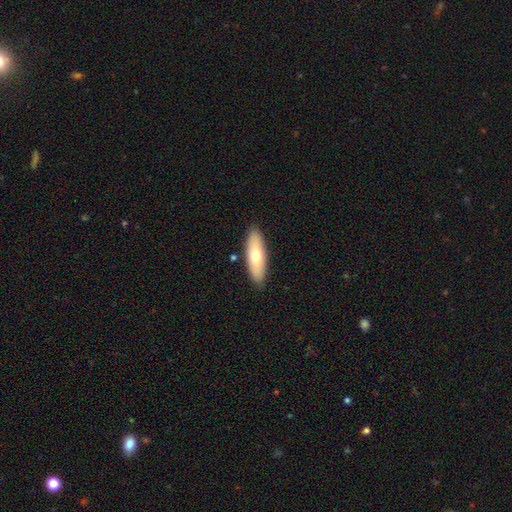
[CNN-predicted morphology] This is likely a smooth galaxy (68%). How rounded: possibly in between (55%). Merging: clearly none (88%).